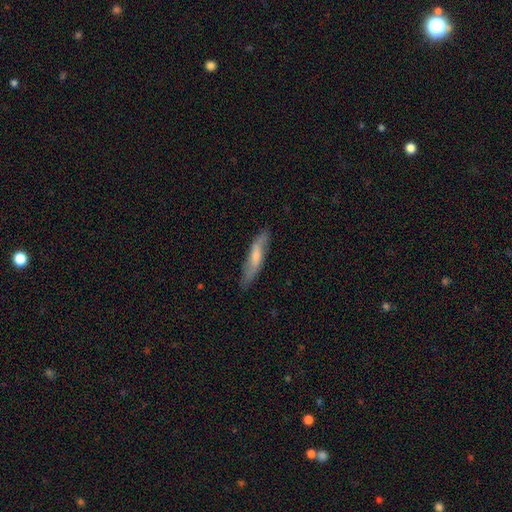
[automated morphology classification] smooth 55%, featured or disk 39%, star or artifact 6%. Down the decision tree: how rounded — cigar-shaped (80%); merging — none (80%).